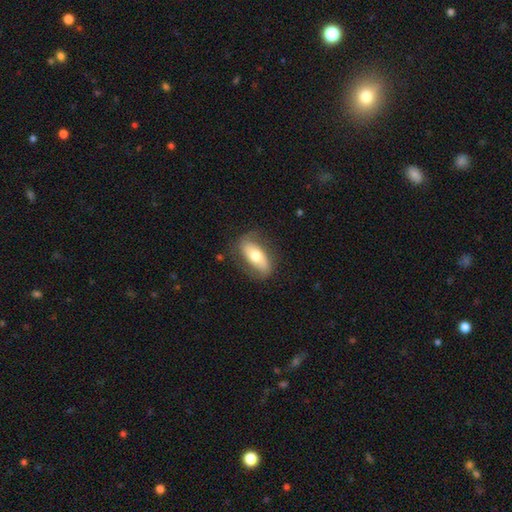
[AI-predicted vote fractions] This appears to be a smooth galaxy with no disk features (49%). Merging: none (76%).